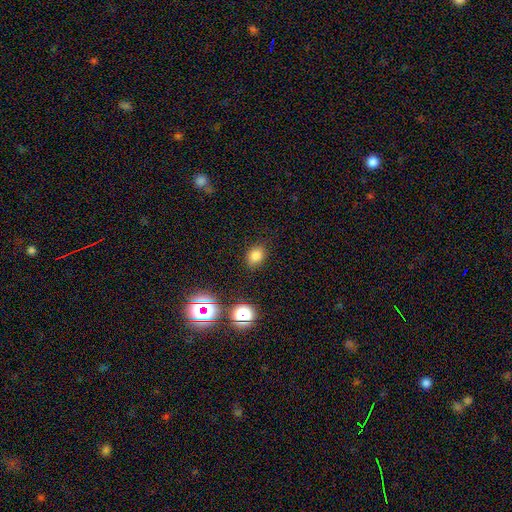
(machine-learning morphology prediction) Smooth or featured? smooth (77%)
How rounded? in between (55%)
Merging? none (81%)